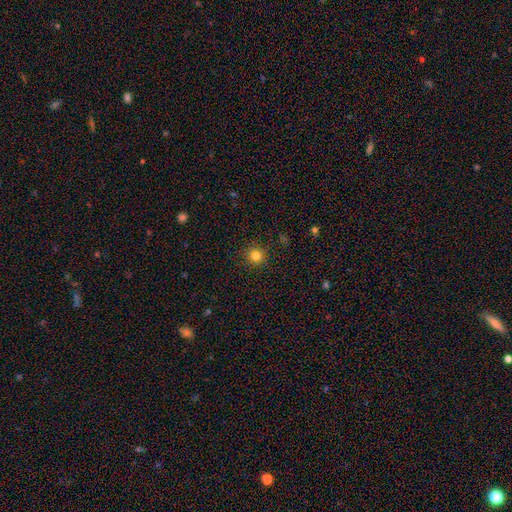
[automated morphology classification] Q: Smooth or featured?
A: smooth (81%); runner-up: star or artifact (14%)
Q: How rounded?
A: round (95%); runner-up: in between (4%)
Q: Merging?
A: none (91%); runner-up: minor disturbance (6%)